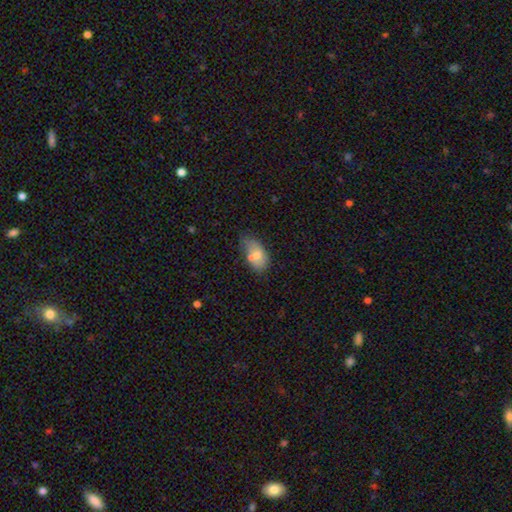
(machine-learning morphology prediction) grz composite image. It shows a smooth galaxy with no disk features (70%) that is in between round and cigar-shaped (90%). Merging: none (42%).